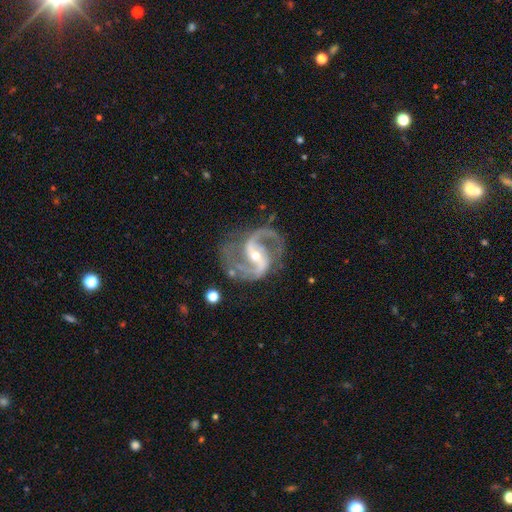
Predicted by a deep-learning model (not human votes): A featured or disk galaxy (93%) with a strong bar (45%), 2 (93%) medium (64%) spiral arms (98%) and a small central bulge (51%). Merging: none (75%).